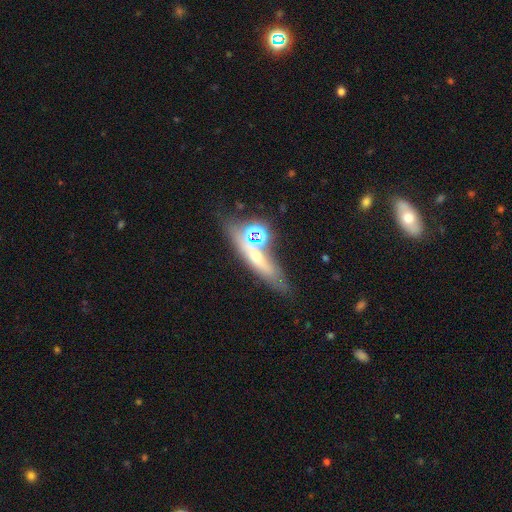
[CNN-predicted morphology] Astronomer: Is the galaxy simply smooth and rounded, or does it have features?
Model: featured or disk — 36% (runner-up: smooth, 33%).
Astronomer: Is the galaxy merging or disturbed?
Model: none — 61%.